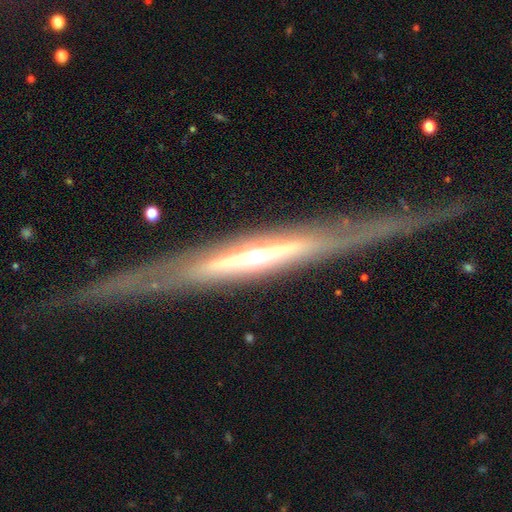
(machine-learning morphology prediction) Smooth or featured? Predicted: featured or disk (p=0.83). Edge-on disk? Predicted: yes (p=0.93). Edge-on bulge? Predicted: rounded (p=0.65). Merging? Predicted: none (p=0.73).